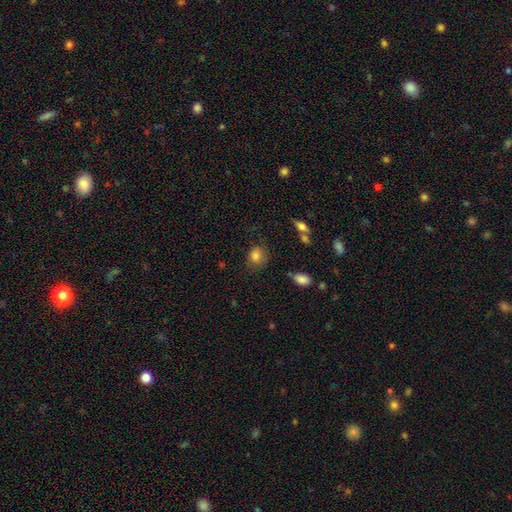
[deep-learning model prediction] The model was most divided on "how rounded": round: 54%, in between: 45%, cigar-shaped: 1%. More confident: smooth or featured — smooth (82%); merging — none (71%).